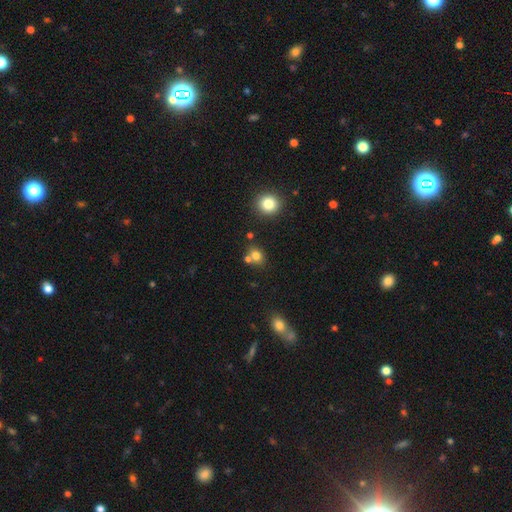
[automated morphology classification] Q: Smooth or featured?
A: smooth (77%); runner-up: star or artifact (14%)
Q: How rounded?
A: round (59%); runner-up: in between (40%)
Q: Merging?
A: none (58%); runner-up: merger (27%)